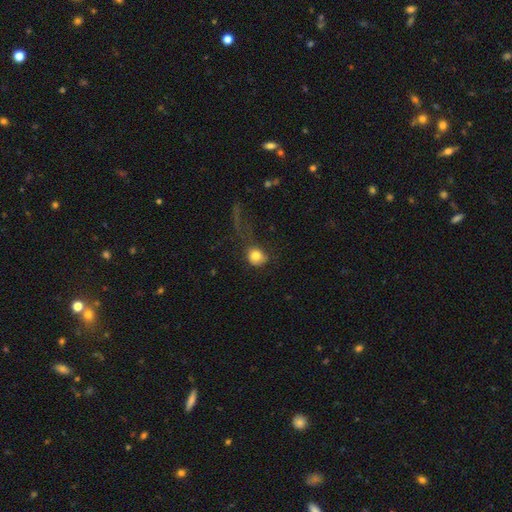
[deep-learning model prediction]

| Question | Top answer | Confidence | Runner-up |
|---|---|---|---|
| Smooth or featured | smooth | 80% | featured or disk (10%) |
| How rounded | round | 74% | in between (25%) |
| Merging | none | 42% | major disturbance (35%) |